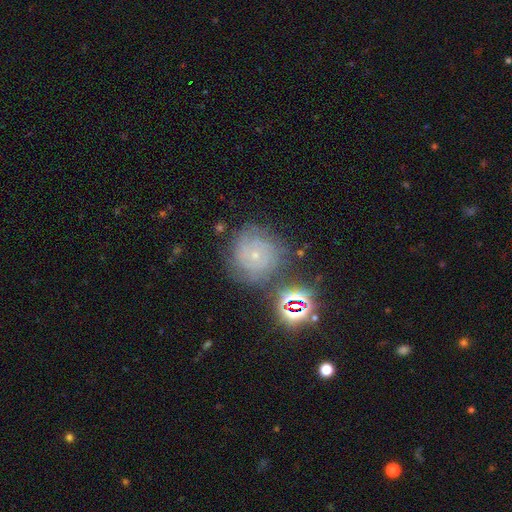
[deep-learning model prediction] Morphology: type=featured or disk (65%); edge-on=no (97%); bar=no (77%); spiral arms=yes (92%); winding=tight (74%); arm count=can't tell (34%); bulge=small (79%); merging=none (74%).